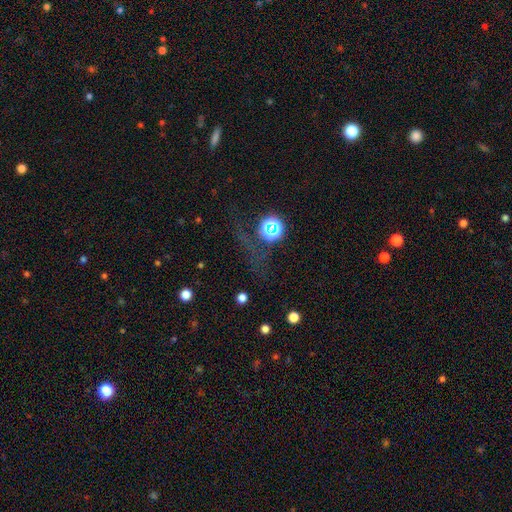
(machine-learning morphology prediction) Q: Smooth or featured?
A: star or artifact (60%); runner-up: smooth (23%)